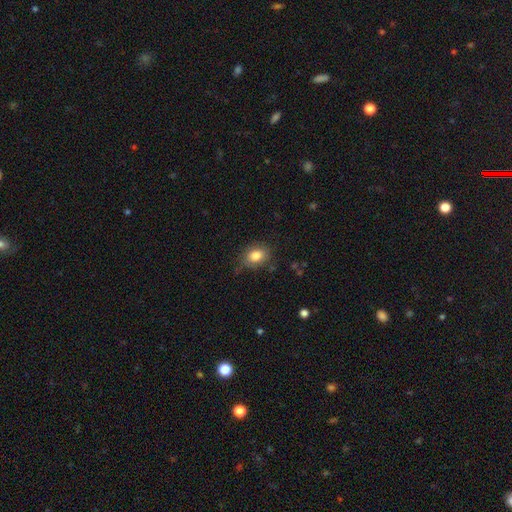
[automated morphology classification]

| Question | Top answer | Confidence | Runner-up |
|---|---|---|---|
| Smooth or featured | smooth | 83% | star or artifact (9%) |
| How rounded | in between | 67% | round (32%) |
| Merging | none | 73% | minor disturbance (20%) |